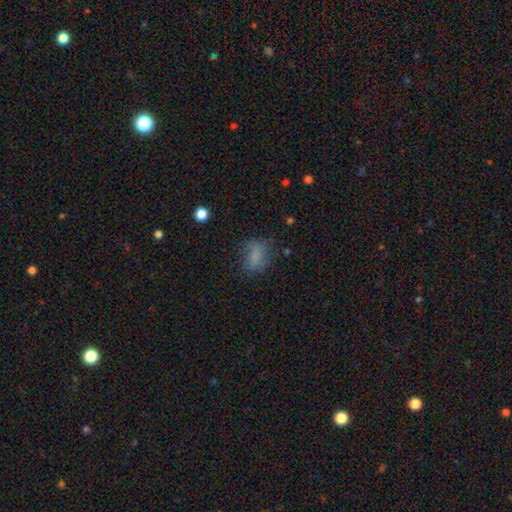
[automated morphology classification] smooth-or-featured: smooth: 74% | featured or disk: 14% | star or artifact: 12%
  how-rounded: in between: 72% | round: 22% | cigar-shaped: 5%
  merging: none: 67% | minor disturbance: 21% | major disturbance: 10% | merger: 2%